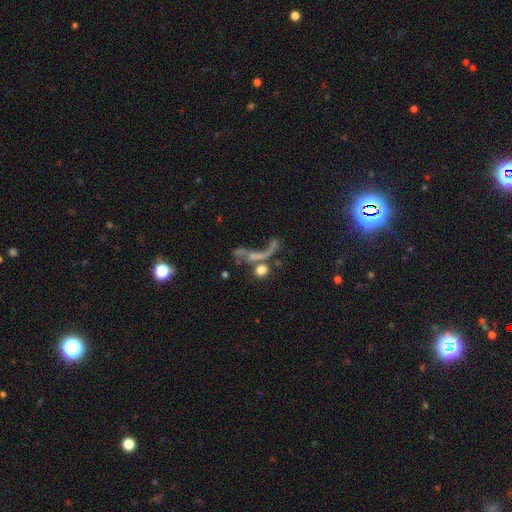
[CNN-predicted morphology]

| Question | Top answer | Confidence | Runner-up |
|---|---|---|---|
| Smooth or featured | featured or disk | 47% | star or artifact (29%) |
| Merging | merger | 34% | none (28%) |